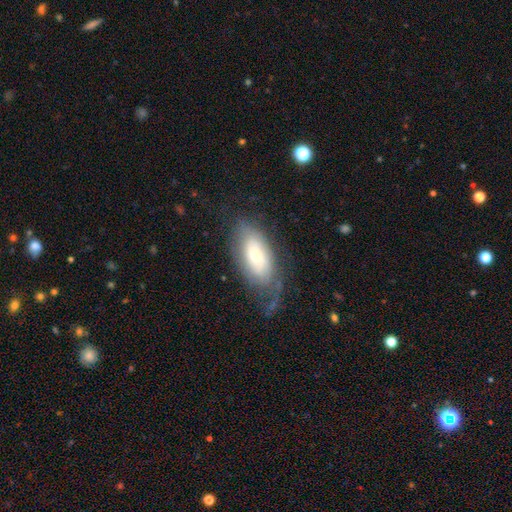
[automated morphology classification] Overall: smooth (49%; featured or disk 43%). Merging: none (52%; minor disturbance 26%).